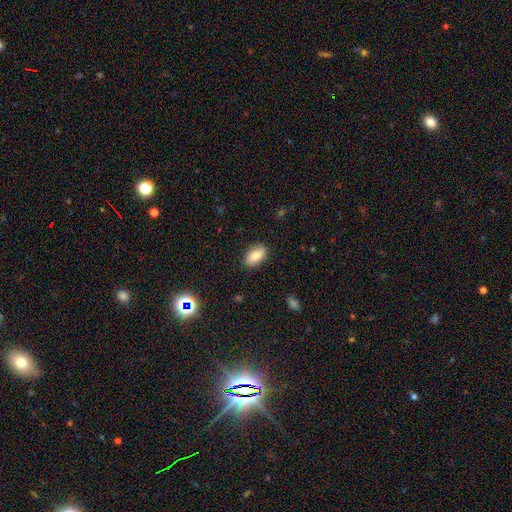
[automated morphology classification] Smooth or featured: smooth — 79% (featured or disk — 13%)
How rounded: in between — 91% (round — 5%)
Merging: none — 86% (minor disturbance — 11%)